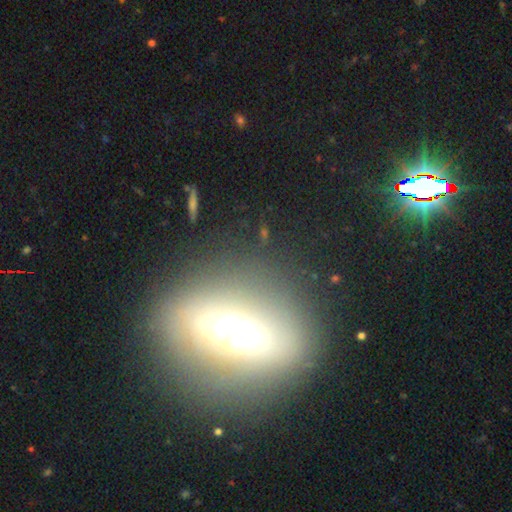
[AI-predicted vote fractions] A featured or disk galaxy (39%). Merging: none (80%).